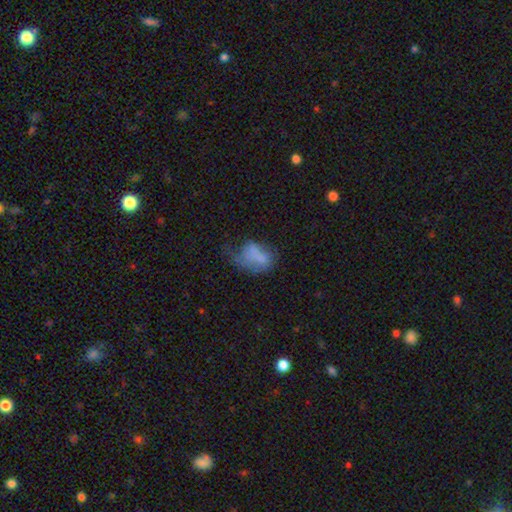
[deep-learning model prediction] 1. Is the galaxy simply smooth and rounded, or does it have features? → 62% smooth, 26% featured or disk, 12% star or artifact.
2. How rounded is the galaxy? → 78% in between, 20% round, 2% cigar-shaped.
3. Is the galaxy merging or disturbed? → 47% major disturbance, 23% minor disturbance, 21% none, 9% merger.